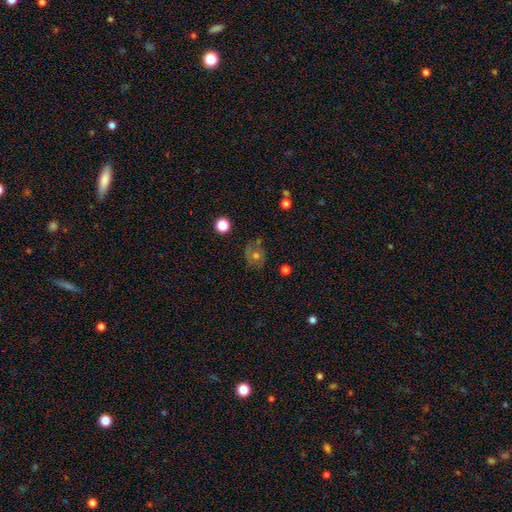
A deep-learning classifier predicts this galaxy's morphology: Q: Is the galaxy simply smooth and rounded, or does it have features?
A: smooth — 53%.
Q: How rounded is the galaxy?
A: round — 67%.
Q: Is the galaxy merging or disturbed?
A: none — 69%.